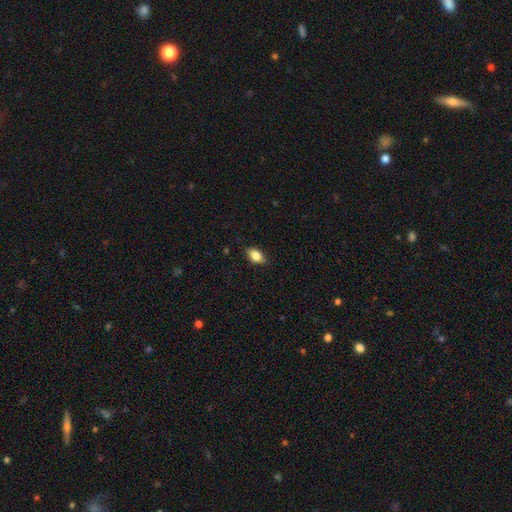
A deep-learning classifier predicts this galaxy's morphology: Smooth or featured? smooth (82%)
How rounded? in between (86%)
Merging? none (84%)